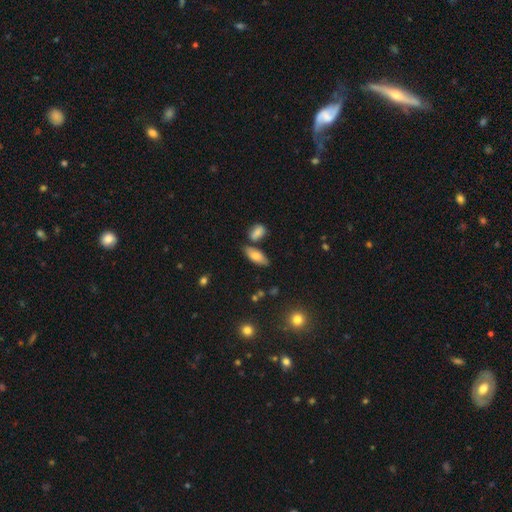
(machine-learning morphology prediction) A smooth galaxy with no disk features (74%) that is in between round and cigar-shaped (79%).

Vote fractions:
- Smooth or featured? smooth: 74% / featured or disk: 18% / star or artifact: 8%
- How rounded? in between: 79% / cigar-shaped: 17% / round: 3%
- Merging? none: 69% / minor disturbance: 14% / merger: 13% / major disturbance: 3%